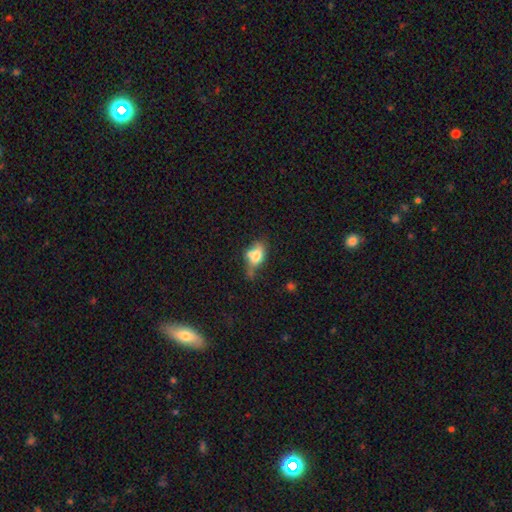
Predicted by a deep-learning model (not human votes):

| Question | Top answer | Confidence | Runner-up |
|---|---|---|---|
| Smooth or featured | smooth | 68% | featured or disk (22%) |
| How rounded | in between | 81% | round (15%) |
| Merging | none | 33% | minor disturbance (31%) |